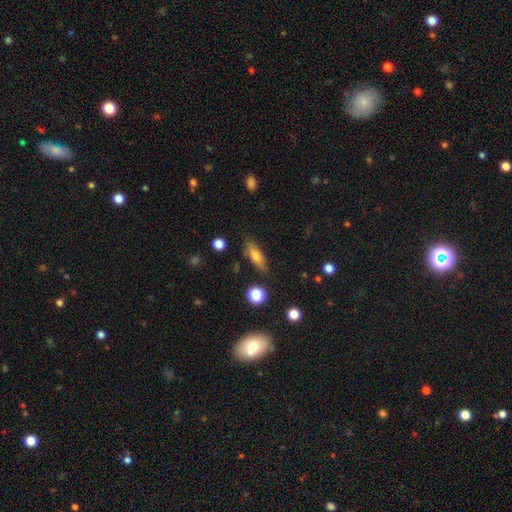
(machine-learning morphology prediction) Overall: smooth (68%). How rounded: in between (59%; cigar-shaped 36%). Merging: none (80%).